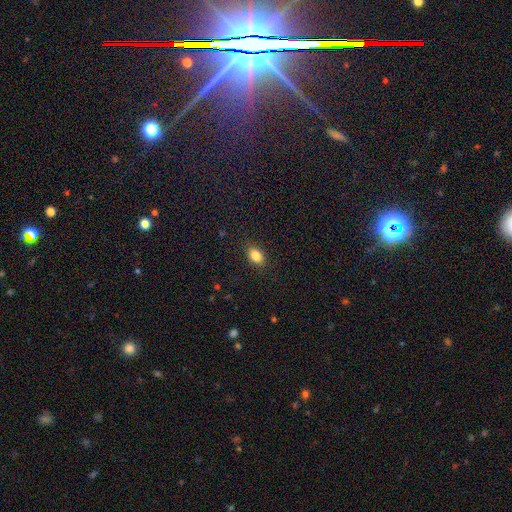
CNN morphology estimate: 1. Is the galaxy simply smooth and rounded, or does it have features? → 84% smooth, 9% star or artifact, 7% featured or disk.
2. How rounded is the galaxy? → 83% in between, 15% round, 2% cigar-shaped.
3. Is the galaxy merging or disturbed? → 87% none, 10% minor disturbance, 2% major disturbance, 1% merger.